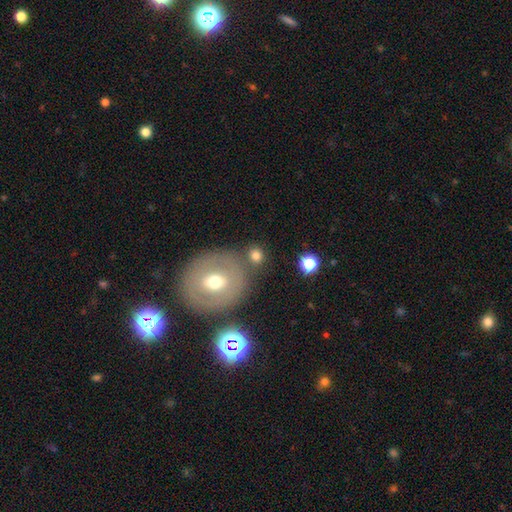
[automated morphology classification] This is likely a smooth galaxy (77%). How rounded: clearly round (82%). Merging: likely none (72%).